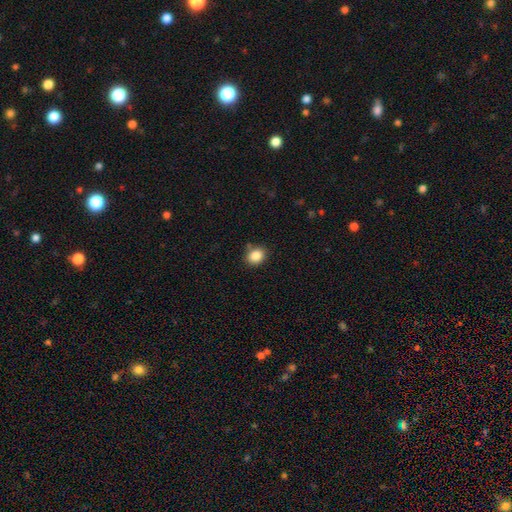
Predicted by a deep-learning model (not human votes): Overall: smooth (86%). How rounded: round (58%; in between 41%). Merging: none (81%).